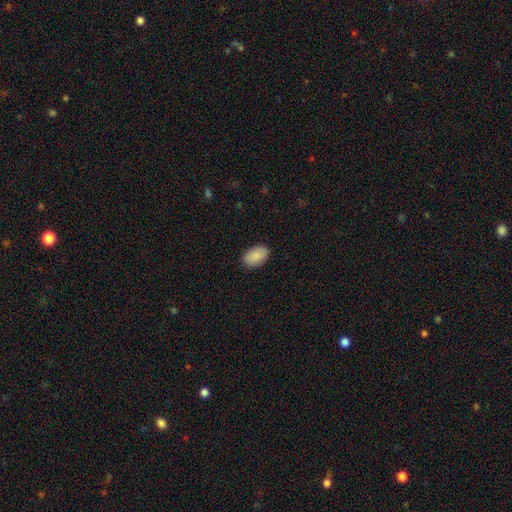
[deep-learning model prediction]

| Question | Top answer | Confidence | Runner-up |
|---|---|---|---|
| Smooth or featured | smooth | 89% | star or artifact (6%) |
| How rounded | in between | 91% | round (8%) |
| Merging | none | 88% | minor disturbance (9%) |